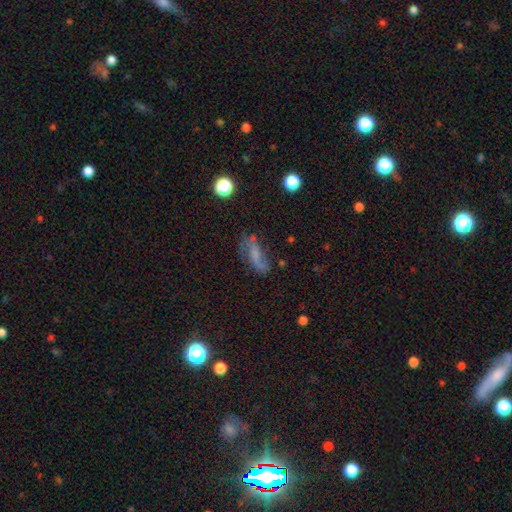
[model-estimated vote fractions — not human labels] smooth_or_featured: featured or disk (p=0.45) [alt: smooth p=0.41]
merging: none (p=0.50) [alt: minor disturbance p=0.26]